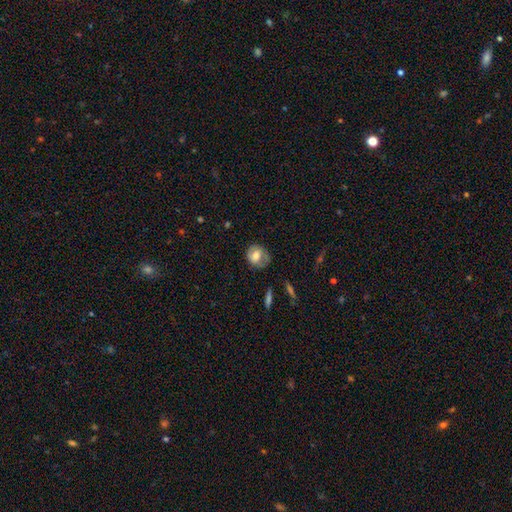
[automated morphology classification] Smooth or featured? smooth (57%)
How rounded? round (64%)
Merging? none (65%)